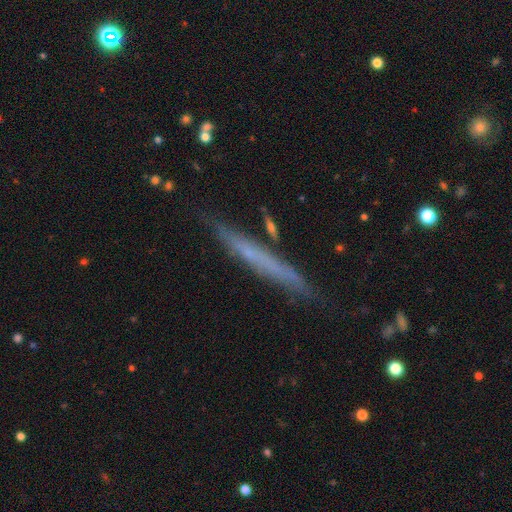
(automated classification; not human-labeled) Smooth or featured? Predicted: featured or disk (p=0.46, tied with smooth). Merging? Predicted: none (p=0.80).